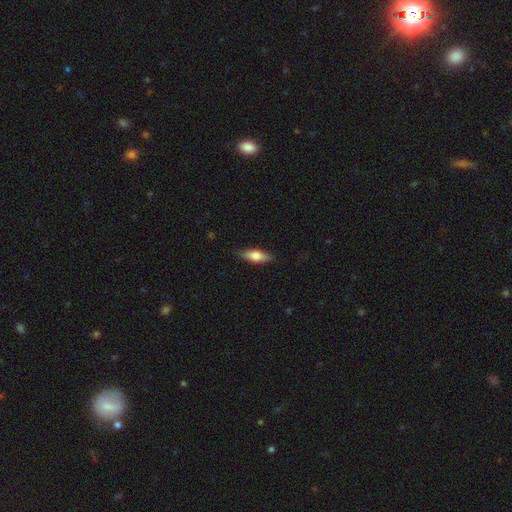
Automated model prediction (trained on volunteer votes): This is likely a smooth galaxy (67%). How rounded: likely in between (65%). Merging: clearly none (83%).